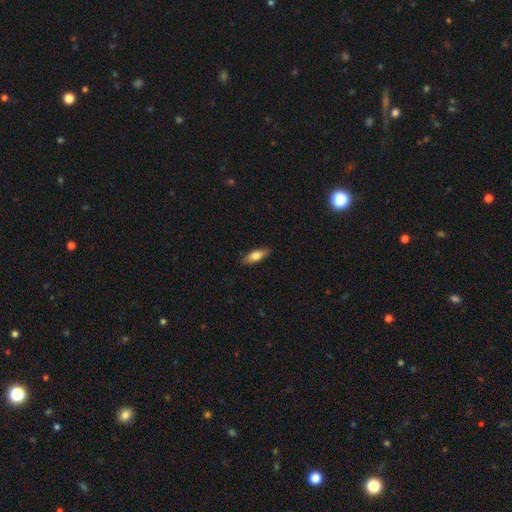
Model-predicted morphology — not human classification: This appears to be a smooth galaxy with no disk features (71%) that is in between round and cigar-shaped (58%). Merging: none (87%).